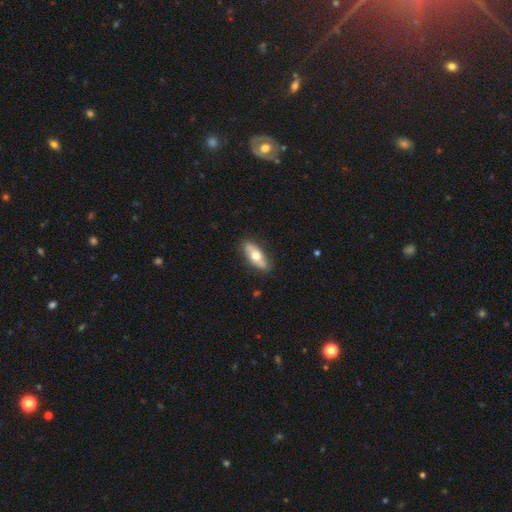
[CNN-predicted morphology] Smooth or featured?
  - smooth: 58% *
  - featured or disk: 37%
  - star or artifact: 5%
How rounded?
  - in between: 75% *
  - cigar-shaped: 22%
  - round: 3%
Merging?
  - none: 86% *
  - minor disturbance: 11%
  - major disturbance: 2%
  - merger: 1%